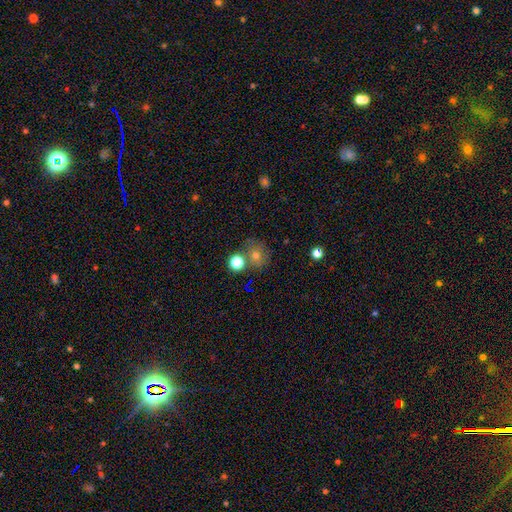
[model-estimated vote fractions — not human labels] A smooth galaxy with no disk features (66%) that is round (82%). Merging: none (65%).